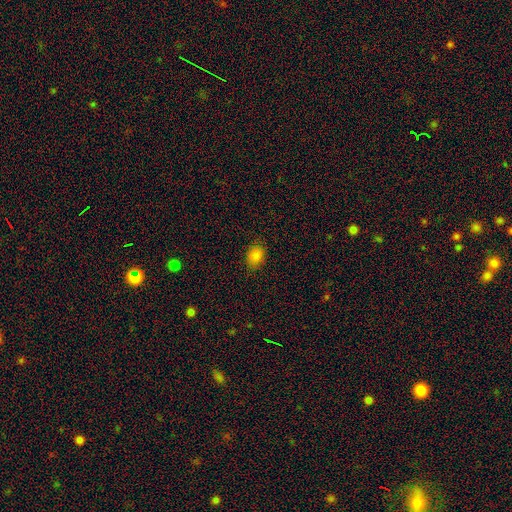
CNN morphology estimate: Smooth or featured: smooth — 85% (star or artifact — 11%)
How rounded: in between — 74% (round — 25%)
Merging: none — 85% (minor disturbance — 11%)